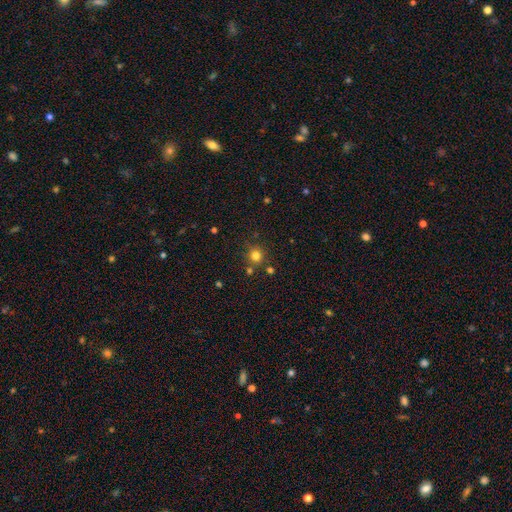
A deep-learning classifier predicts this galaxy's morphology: type=smooth (78%); roundness=round (91%); merging=none (77%).